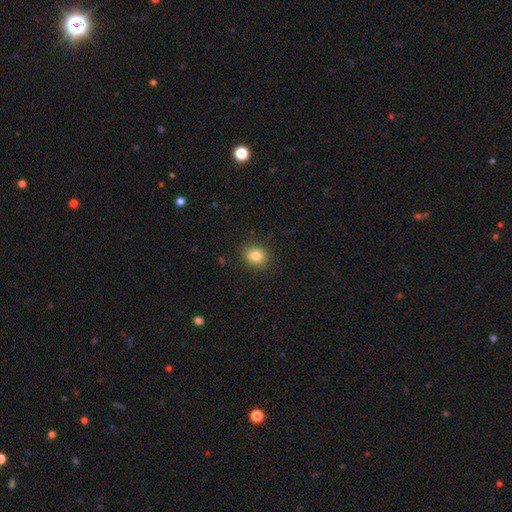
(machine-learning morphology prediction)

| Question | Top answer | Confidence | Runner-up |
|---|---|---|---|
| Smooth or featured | smooth | 83% | star or artifact (10%) |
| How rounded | round | 63% | in between (36%) |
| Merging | none | 88% | minor disturbance (8%) |